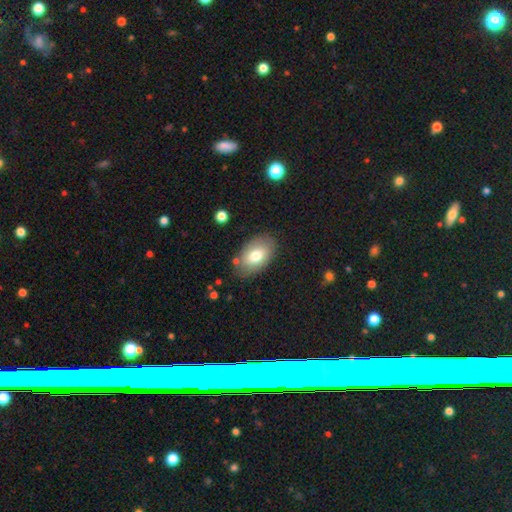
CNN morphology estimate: Smooth or featured?
  - smooth: 75% *
  - featured or disk: 18%
  - star or artifact: 7%
How rounded?
  - in between: 91% *
  - round: 8%
  - cigar-shaped: 1%
Merging?
  - none: 80% *
  - minor disturbance: 14%
  - major disturbance: 3%
  - merger: 3%